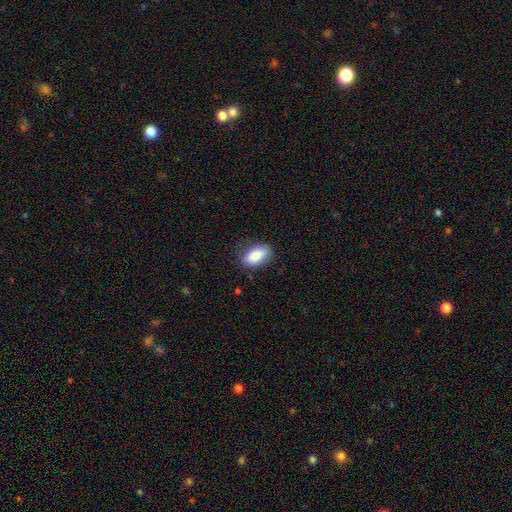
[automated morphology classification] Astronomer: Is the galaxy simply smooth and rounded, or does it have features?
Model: smooth — 86%.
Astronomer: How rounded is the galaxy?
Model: in between — 92%.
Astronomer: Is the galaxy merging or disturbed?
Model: none — 77%.